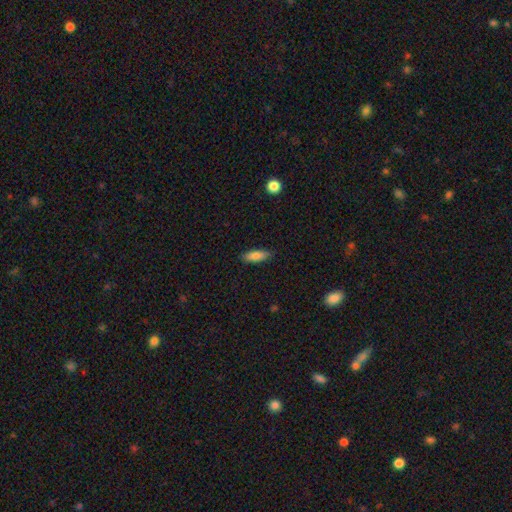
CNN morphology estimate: Q: Smooth or featured?
A: smooth (83%); runner-up: featured or disk (11%)
Q: How rounded?
A: in between (60%); runner-up: cigar-shaped (38%)
Q: Merging?
A: none (86%); runner-up: minor disturbance (11%)